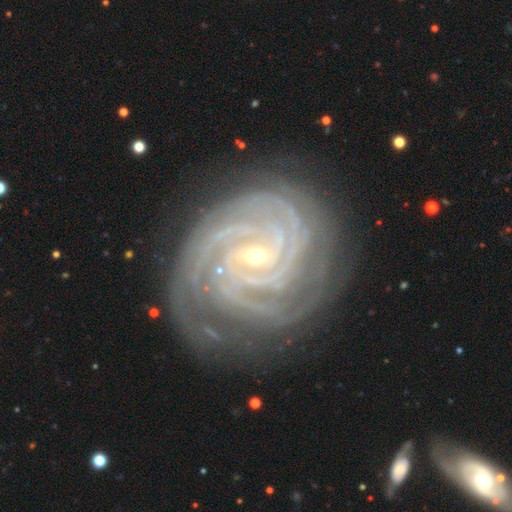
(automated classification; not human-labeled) Morphology: type=featured or disk (92%); edge-on=no (98%); bar=weak (41%); spiral arms=yes (99%); winding=tight (83%); arm count=4 (31%); bulge=small (73%); merging=none (79%).